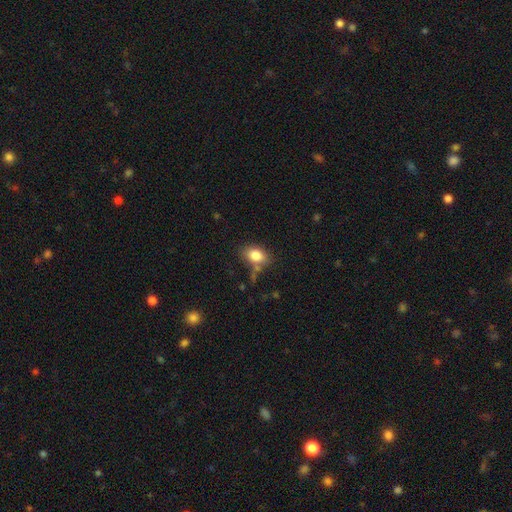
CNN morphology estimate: Q: Smooth or featured?
A: smooth (83%); runner-up: star or artifact (9%)
Q: How rounded?
A: in between (77%); runner-up: round (21%)
Q: Merging?
A: none (66%); runner-up: minor disturbance (19%)